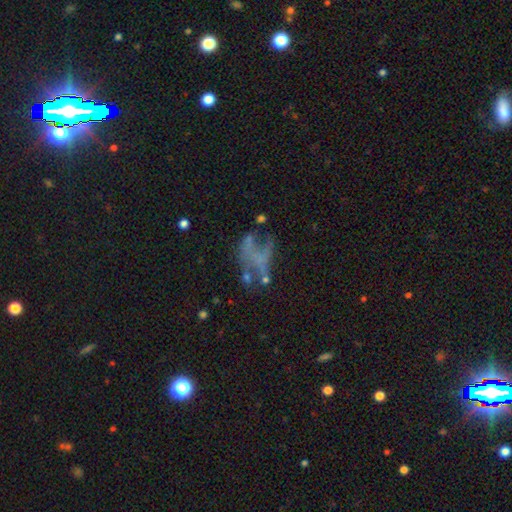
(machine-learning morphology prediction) The model was most divided on "merging": major disturbance: 41%, none: 32%, minor disturbance: 16%, merger: 12%. More confident: edge-on disk — no (96%); smooth or featured — featured or disk (52%).